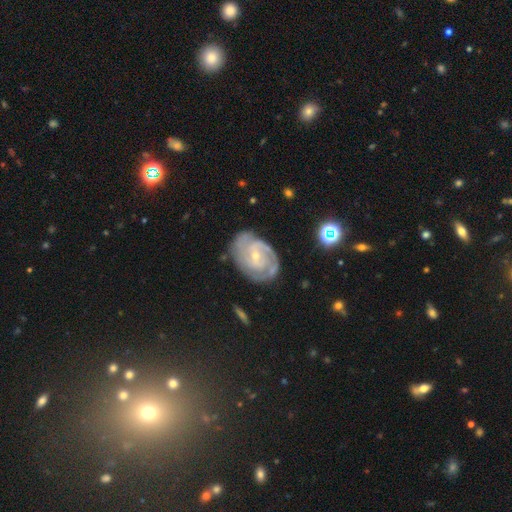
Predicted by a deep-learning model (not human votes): Smooth or featured? Predicted: featured or disk (p=0.86). Edge-on disk? Predicted: no (p=0.97). Bar? Predicted: no (p=0.55). Spiral arms? Predicted: yes (p=0.96). Spiral winding? Predicted: tight (p=0.64). Spiral arm count? Predicted: 2 (p=0.41). Bulge size? Predicted: small (p=0.75). Merging? Predicted: none (p=0.70).